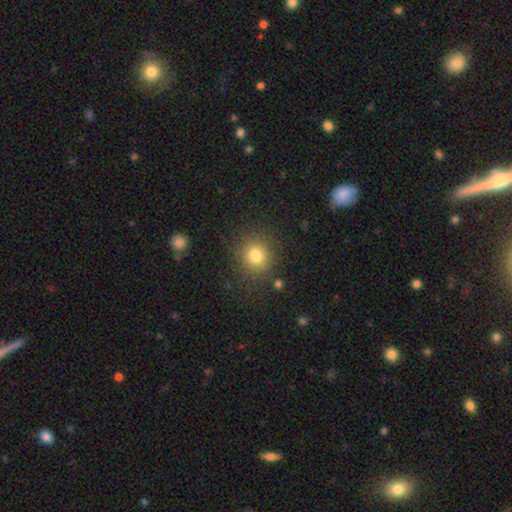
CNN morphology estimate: Smooth or featured?
  - smooth: 81% *
  - star or artifact: 13%
  - featured or disk: 7%
How rounded?
  - round: 88% *
  - in between: 11%
  - cigar-shaped: 1%
Merging?
  - none: 85% *
  - minor disturbance: 9%
  - major disturbance: 4%
  - merger: 2%